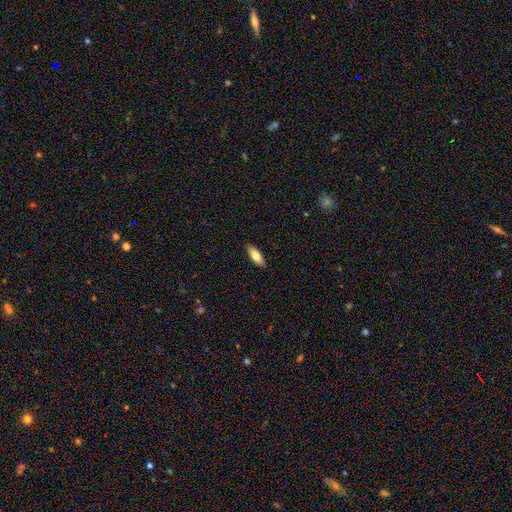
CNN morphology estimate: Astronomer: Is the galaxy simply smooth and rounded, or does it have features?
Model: smooth — 81%.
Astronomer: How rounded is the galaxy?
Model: in between — 75%.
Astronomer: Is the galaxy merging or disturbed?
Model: none — 88%.